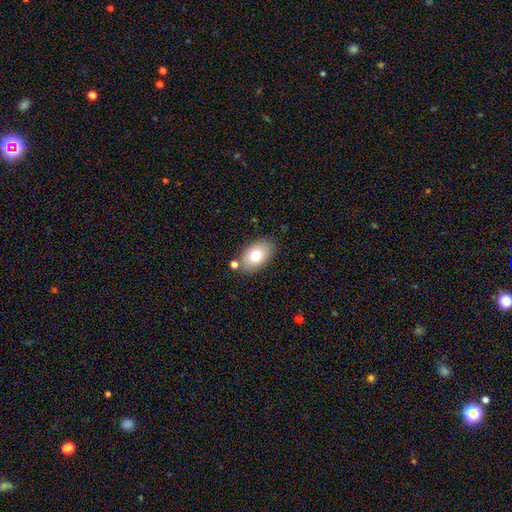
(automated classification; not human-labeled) Morphology: type=smooth (74%); roundness=in between (89%); merging=none (79%).